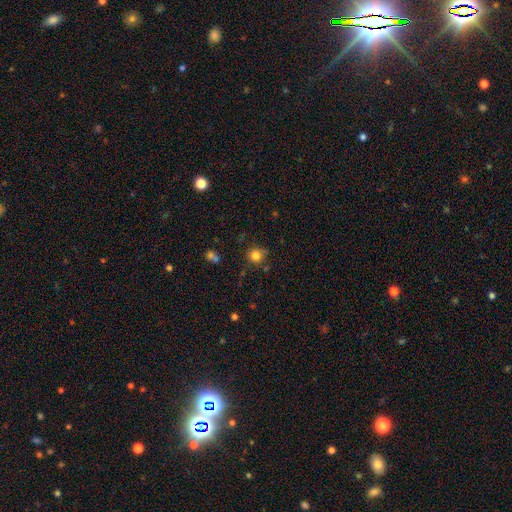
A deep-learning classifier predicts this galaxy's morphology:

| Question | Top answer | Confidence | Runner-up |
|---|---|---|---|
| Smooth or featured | smooth | 82% | star or artifact (12%) |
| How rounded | round | 91% | in between (8%) |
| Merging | none | 76% | minor disturbance (15%) |